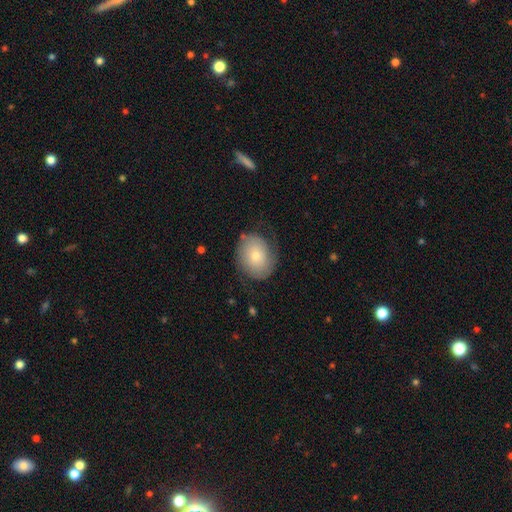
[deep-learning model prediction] Smooth or featured? Predicted: smooth (p=0.59). How rounded? Predicted: round (p=0.50). Merging? Predicted: none (p=0.68).